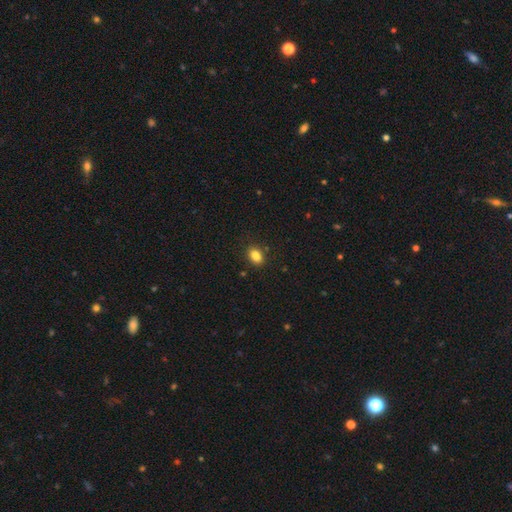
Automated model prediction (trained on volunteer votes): Morphology: type=smooth (85%); roundness=in between (78%); merging=none (86%).